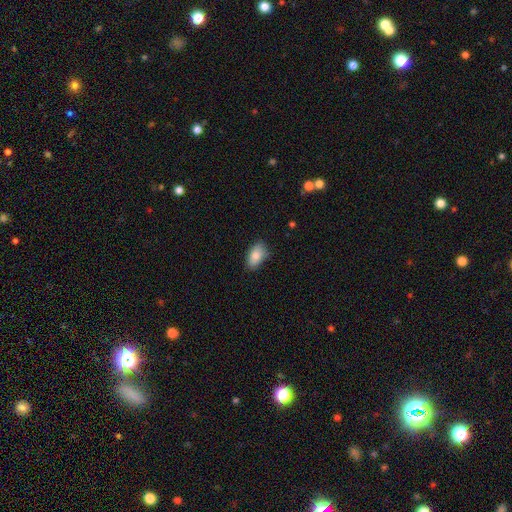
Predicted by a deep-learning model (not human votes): This appears to be a smooth galaxy with no disk features (84%) that is in between round and cigar-shaped (92%). Merging: none (82%).